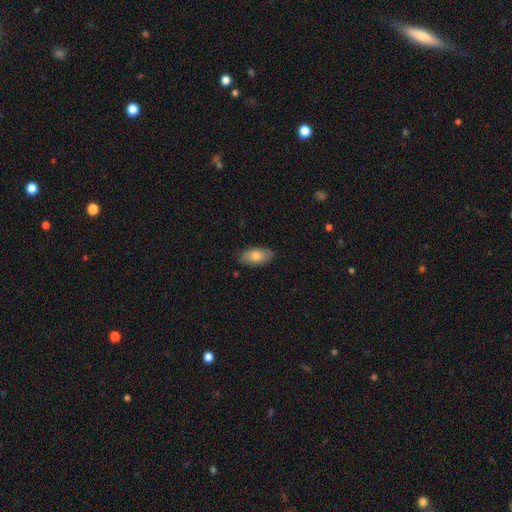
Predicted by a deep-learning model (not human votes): Smooth or featured? Predicted: smooth (p=0.77). How rounded? Predicted: in between (p=0.93). Merging? Predicted: none (p=0.85).